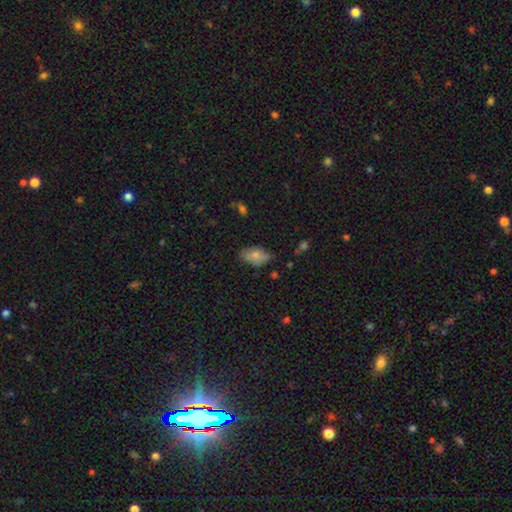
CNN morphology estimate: The model was most divided on "merging": none: 68%, minor disturbance: 25%, major disturbance: 5%, merger: 2%. More confident: how rounded — in between (91%); smooth or featured — smooth (74%).